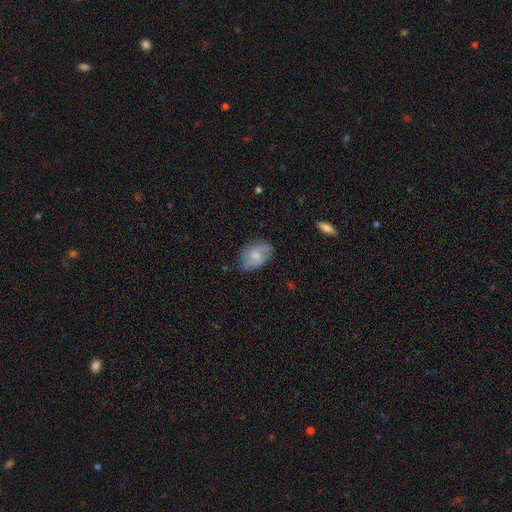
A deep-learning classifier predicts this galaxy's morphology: Q: Smooth or featured?
A: smooth (50%); runner-up: featured or disk (43%)
Q: How rounded?
A: in between (82%); runner-up: round (16%)
Q: Merging?
A: none (63%); runner-up: minor disturbance (27%)